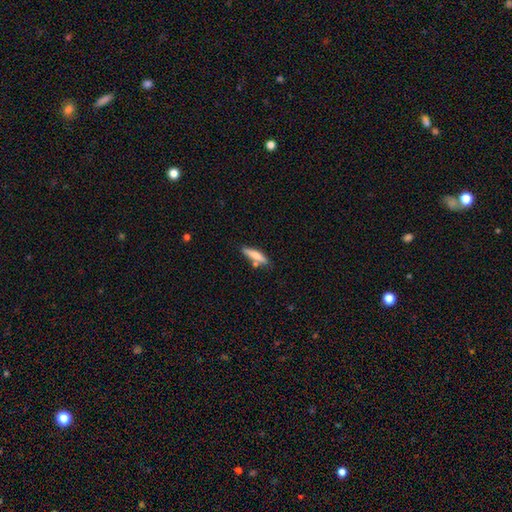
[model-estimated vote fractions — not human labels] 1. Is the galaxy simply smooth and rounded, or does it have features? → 72% smooth, 22% featured or disk, 6% star or artifact.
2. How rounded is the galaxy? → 77% cigar-shaped, 21% in between, 2% round.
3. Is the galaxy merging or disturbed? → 71% none, 14% minor disturbance, 12% merger, 3% major disturbance.